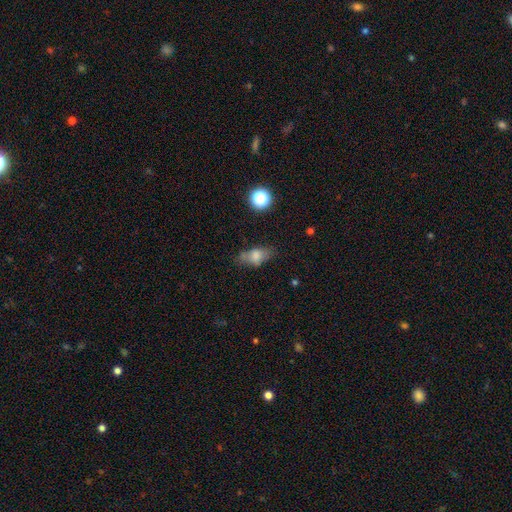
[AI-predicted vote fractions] Smooth or featured: smooth — 68% (featured or disk — 21%)
How rounded: in between — 80% (cigar-shaped — 11%)
Merging: none — 60% (minor disturbance — 26%)